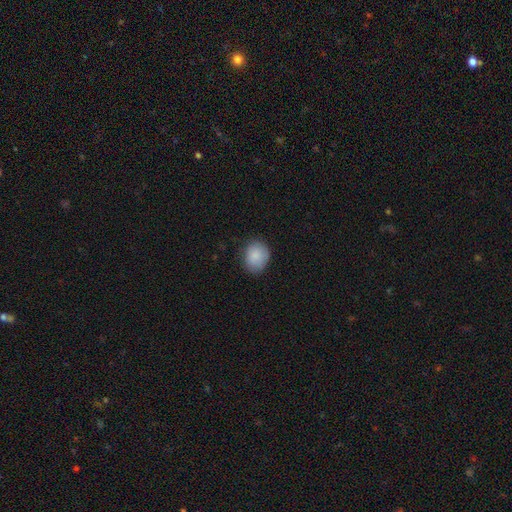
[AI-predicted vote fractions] Morphology: type=smooth (88%); roundness=round (61%); merging=none (79%).